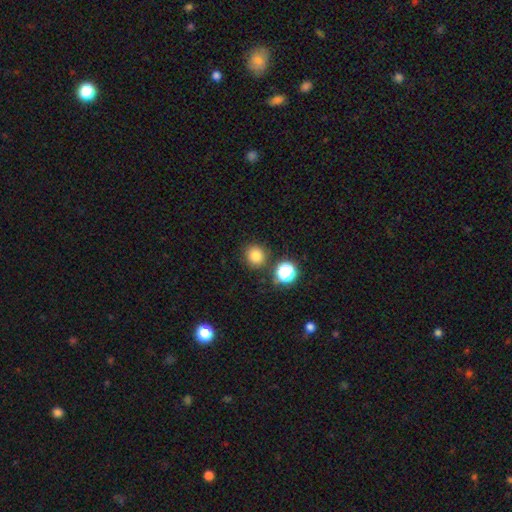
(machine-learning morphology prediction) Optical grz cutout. It shows a smooth galaxy with no disk features (79%) that is round (90%). Merging: none (83%).